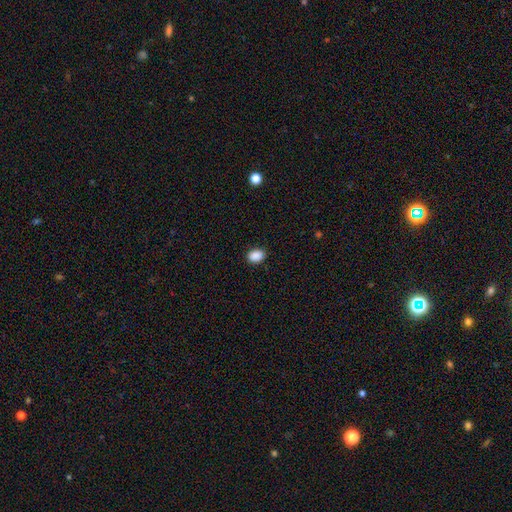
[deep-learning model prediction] This is clearly a smooth galaxy (89%). How rounded: likely in between (70%). Merging: clearly none (89%).